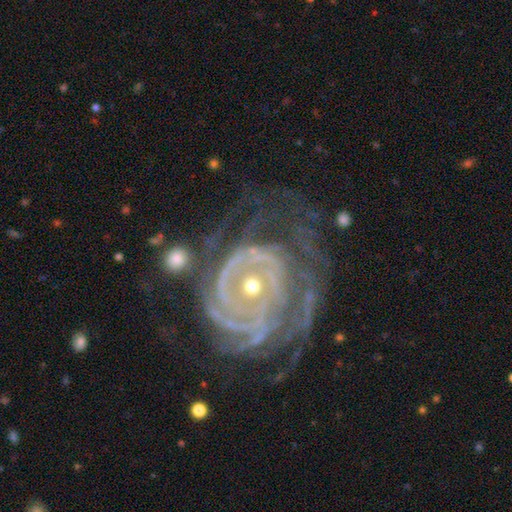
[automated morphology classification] smooth_or_featured: featured or disk (p=0.89) [alt: star or artifact p=0.06]
disk_edge_on: no (p=0.97) [alt: yes p=0.03]
bar: no (p=0.75) [alt: weak p=0.15]
has_spiral_arms: yes (p=0.96) [alt: no p=0.04]
spiral_winding: tight (p=0.73) [alt: medium p=0.21]
spiral_arm_count: 3 (p=0.23) [alt: can't tell p=0.22]
bulge_size: small (p=0.55) [alt: moderate p=0.40]
merging: none (p=0.55) [alt: major disturbance p=0.20]